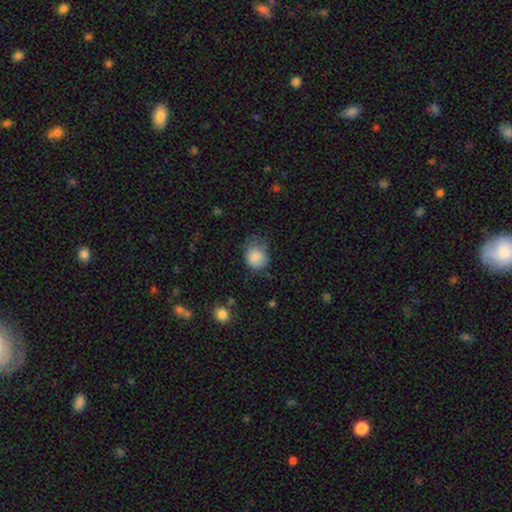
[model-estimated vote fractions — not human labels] A smooth galaxy with no disk features (84%) that is round (63%).

Vote fractions:
- Smooth or featured? smooth: 84% / star or artifact: 9% / featured or disk: 7%
- How rounded? round: 63% / in between: 36% / cigar-shaped: 1%
- Merging? none: 48% / minor disturbance: 36% / major disturbance: 15% / merger: 2%